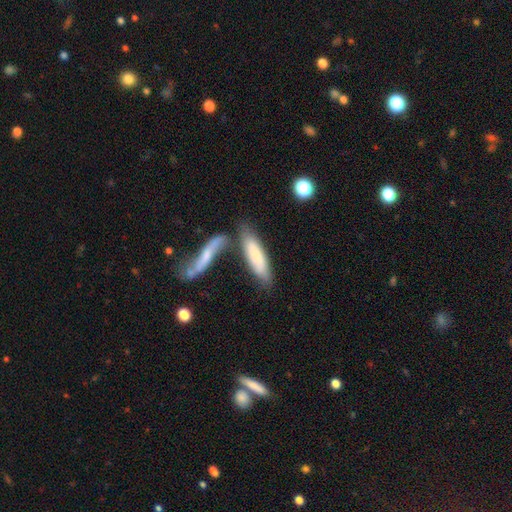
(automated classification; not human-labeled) Smooth or featured? Predicted: smooth (p=0.73). How rounded? Predicted: cigar-shaped (p=0.67). Merging? Predicted: none (p=0.49).